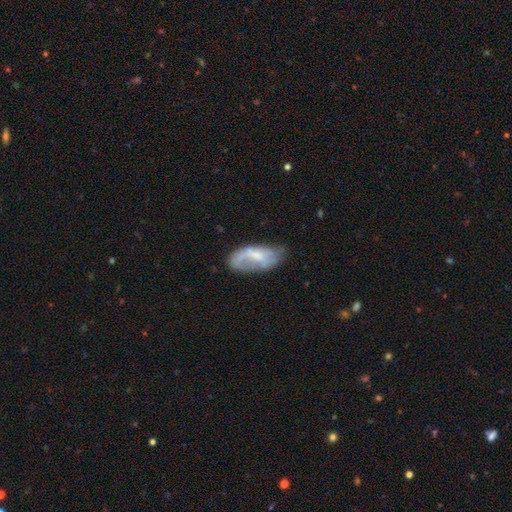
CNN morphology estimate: smooth_or_featured: featured or disk (p=0.51) [alt: smooth p=0.42]
disk_edge_on: no (p=0.92) [alt: yes p=0.08]
merging: none (p=0.47) [alt: minor disturbance p=0.30]